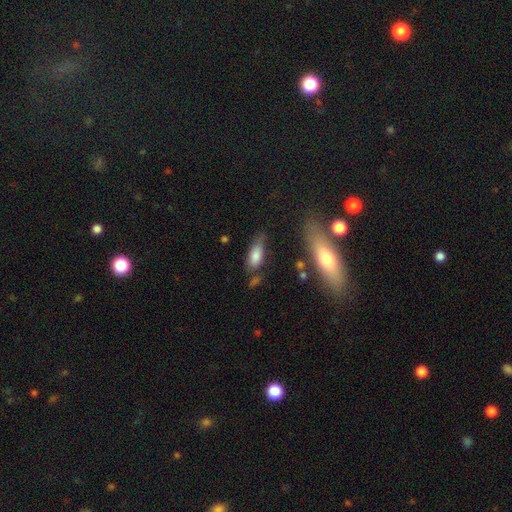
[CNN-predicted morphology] smooth-or-featured: smooth: 78% | featured or disk: 15% | star or artifact: 7%
  how-rounded: in between: 80% | cigar-shaped: 17% | round: 3%
  merging: none: 50% | minor disturbance: 30% | major disturbance: 11% | merger: 8%